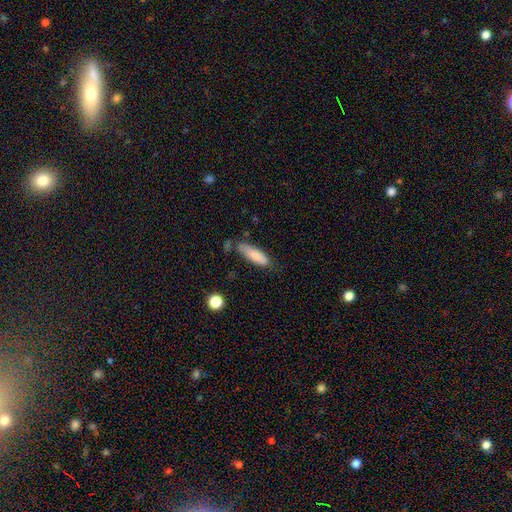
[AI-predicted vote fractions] smooth_or_featured: smooth (p=0.82) [alt: featured or disk p=0.12]
how_rounded: cigar-shaped (p=0.53) [alt: in between p=0.45]
merging: none (p=0.64) [alt: minor disturbance p=0.24]